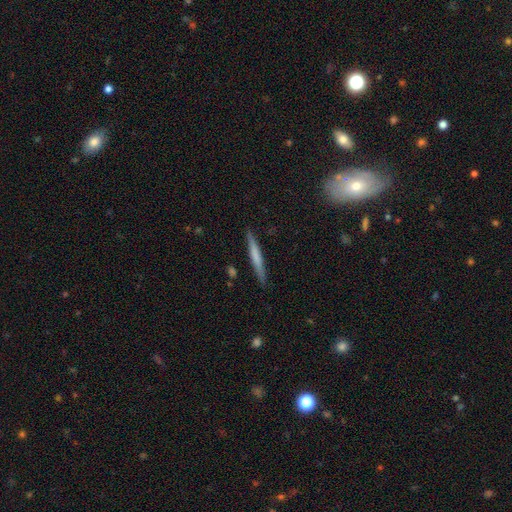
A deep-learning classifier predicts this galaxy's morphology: Overall: smooth (57%; featured or disk 38%). How rounded: cigar-shaped (96%). Merging: none (89%).